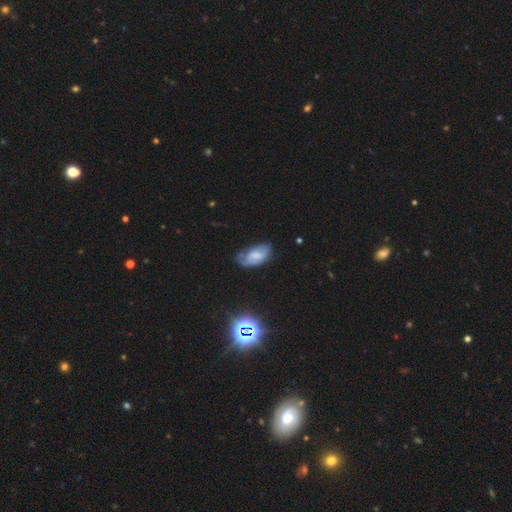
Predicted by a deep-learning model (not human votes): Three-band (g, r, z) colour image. It shows a smooth galaxy with no disk features (48%). Merging: none (49%).